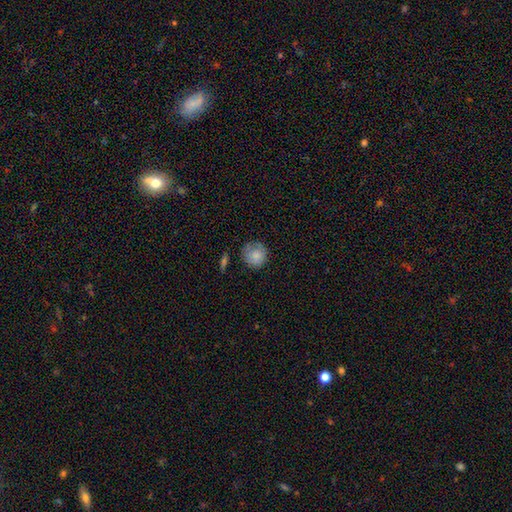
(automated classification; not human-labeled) This appears to be a smooth galaxy with no disk features (80%) that is round (90%). Merging: none (67%).